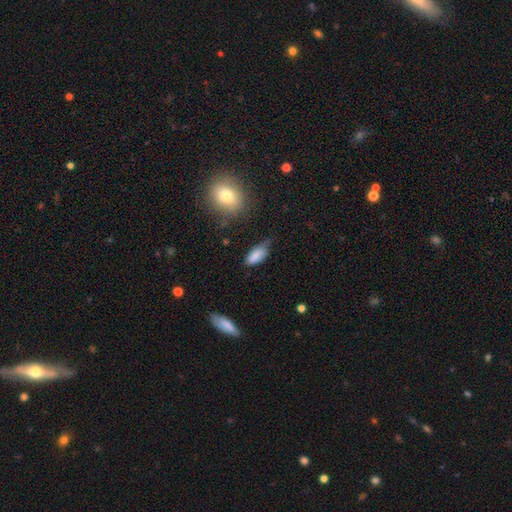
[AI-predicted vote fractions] Q: Smooth or featured?
A: smooth (82%); runner-up: featured or disk (10%)
Q: How rounded?
A: in between (87%); runner-up: cigar-shaped (10%)
Q: Merging?
A: none (45%); runner-up: minor disturbance (41%)